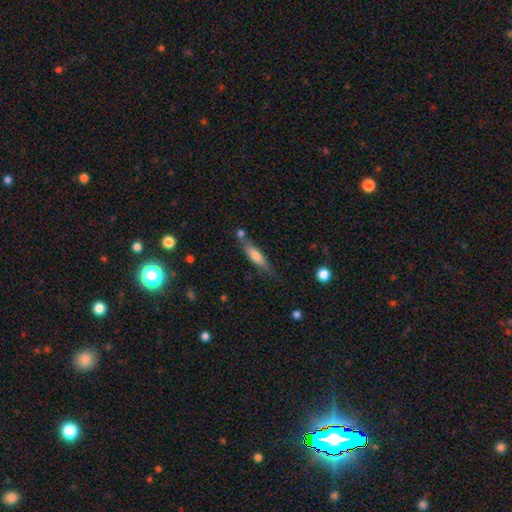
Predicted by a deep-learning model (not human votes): A smooth galaxy with no disk features (63%) that is cigar-shaped (68%).

Vote fractions:
- Smooth or featured? smooth: 63% / featured or disk: 30% / star or artifact: 7%
- How rounded? cigar-shaped: 68% / in between: 30% / round: 2%
- Merging? none: 60% / minor disturbance: 19% / merger: 15% / major disturbance: 6%